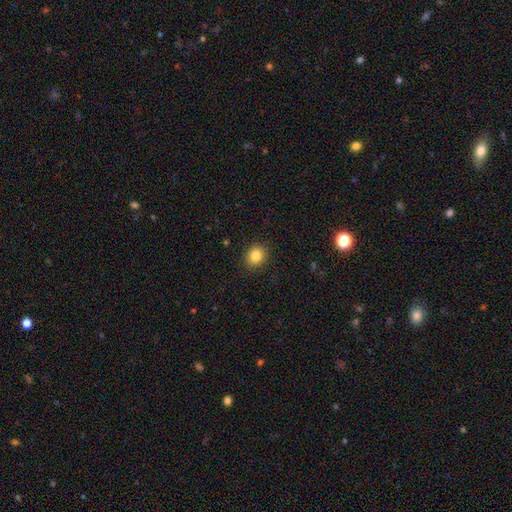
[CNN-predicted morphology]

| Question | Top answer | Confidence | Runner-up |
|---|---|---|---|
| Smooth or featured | smooth | 84% | star or artifact (10%) |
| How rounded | round | 65% | in between (34%) |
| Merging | none | 89% | minor disturbance (8%) |